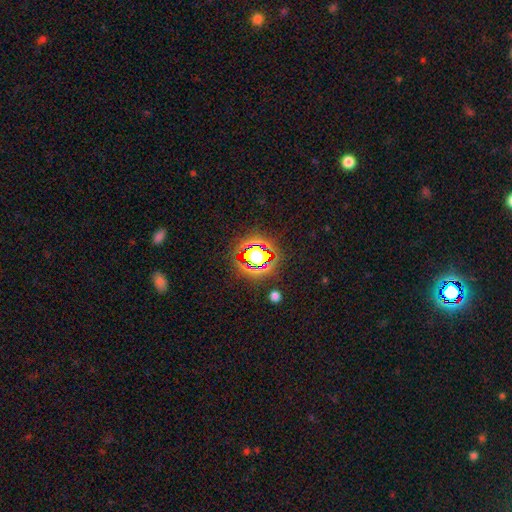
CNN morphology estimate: Smooth or featured? Predicted: star or artifact (p=0.74).